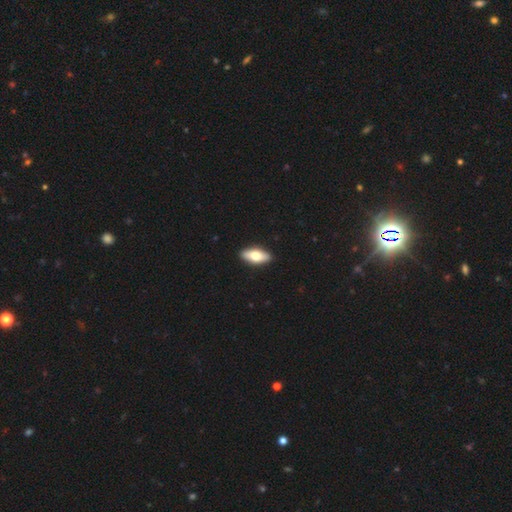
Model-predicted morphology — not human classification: A smooth galaxy with no disk features (66%) that is in between round and cigar-shaped (82%).

Vote fractions:
- Smooth or featured? smooth: 66% / featured or disk: 28% / star or artifact: 6%
- How rounded? in between: 82% / cigar-shaped: 15% / round: 3%
- Merging? none: 91% / minor disturbance: 7% / major disturbance: 1% / merger: 1%